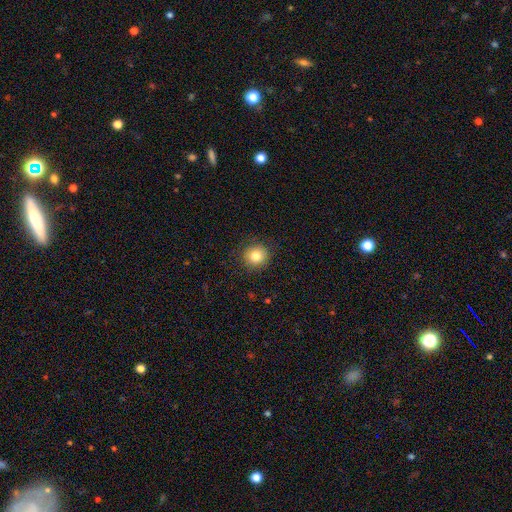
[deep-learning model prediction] Q: Smooth or featured?
A: smooth (82%); runner-up: star or artifact (11%)
Q: How rounded?
A: round (91%); runner-up: in between (8%)
Q: Merging?
A: none (89%); runner-up: minor disturbance (8%)